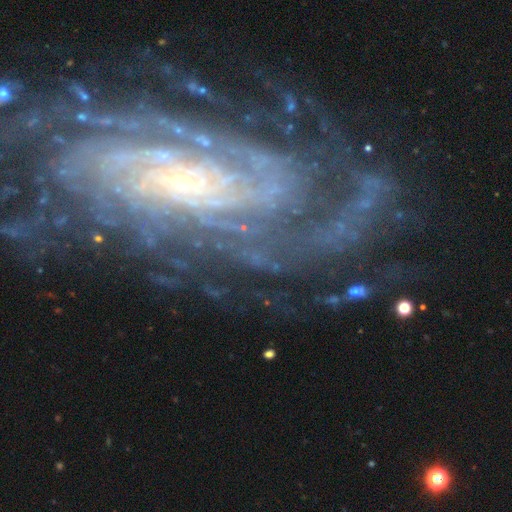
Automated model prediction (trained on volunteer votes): featured or disk 88%, star or artifact 7%, smooth 5%. Down the decision tree: edge-on disk — no (95%); bar — no (56%); spiral arms — yes (98%); spiral arm count — can't tell (25%); spiral winding — tight (69%); bulge size — small (74%); merging — none (72%).